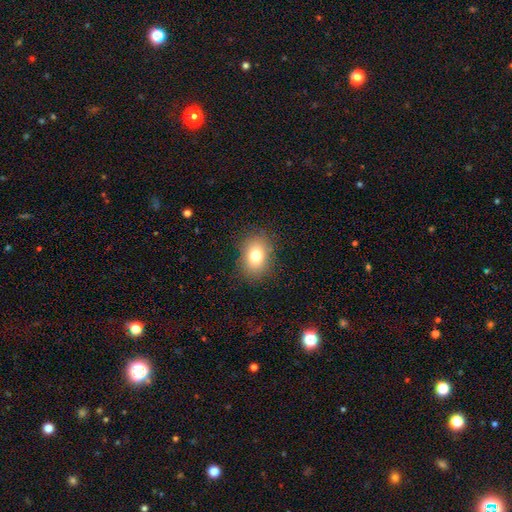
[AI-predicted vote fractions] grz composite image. It shows a smooth galaxy with no disk features (79%) that is in between round and cigar-shaped (72%). Merging: none (84%).